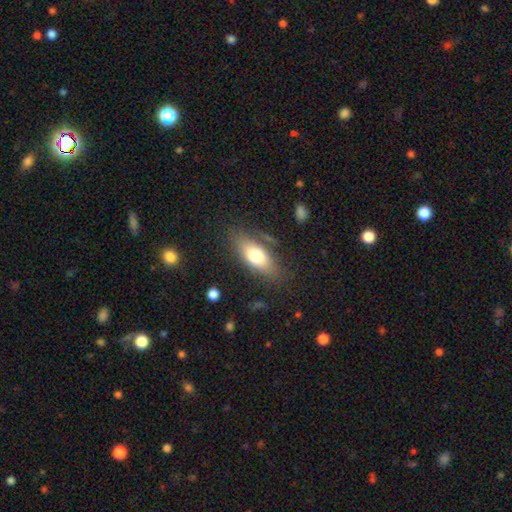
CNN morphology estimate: Smooth or featured?
  - smooth: 70% *
  - featured or disk: 23%
  - star or artifact: 7%
How rounded?
  - in between: 78% *
  - cigar-shaped: 18%
  - round: 4%
Merging?
  - none: 76% *
  - minor disturbance: 16%
  - major disturbance: 5%
  - merger: 3%